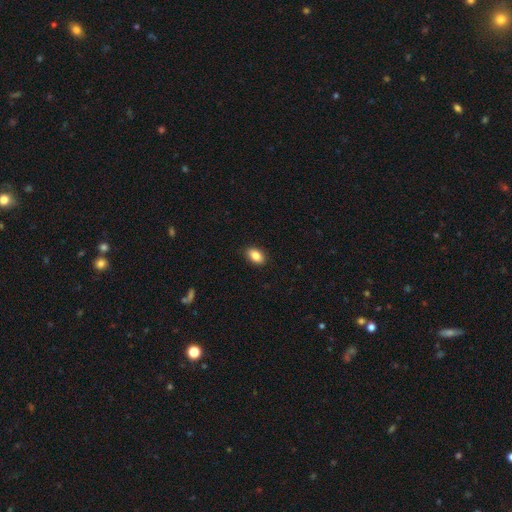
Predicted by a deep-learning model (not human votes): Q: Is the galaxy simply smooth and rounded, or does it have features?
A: smooth — 86%.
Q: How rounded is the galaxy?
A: in between — 89%.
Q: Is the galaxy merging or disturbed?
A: none — 89%.